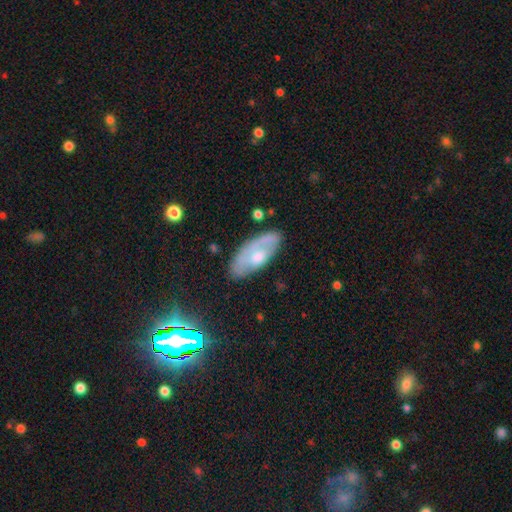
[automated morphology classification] Overall: smooth (47%; featured or disk 46%). Merging: none (63%; minor disturbance 24%).